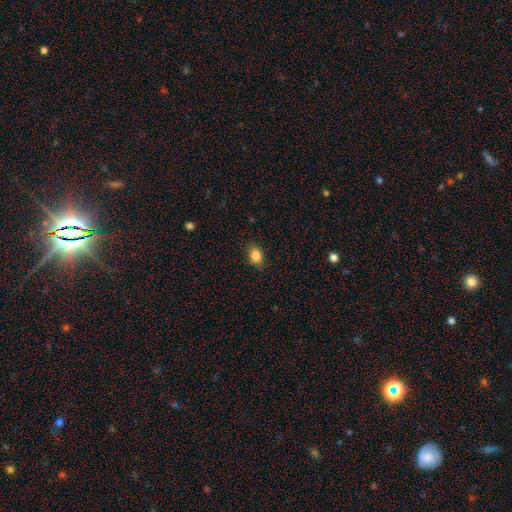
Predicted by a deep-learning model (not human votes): Smooth or featured?
  - smooth: 86% *
  - star or artifact: 9%
  - featured or disk: 5%
How rounded?
  - in between: 72% *
  - round: 27%
  - cigar-shaped: 1%
Merging?
  - none: 86% *
  - minor disturbance: 11%
  - major disturbance: 3%
  - merger: 1%